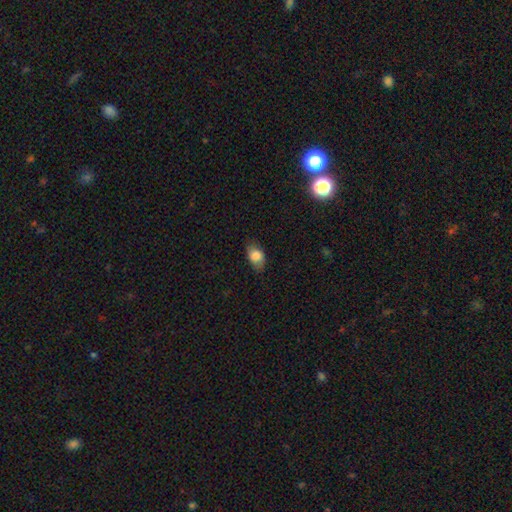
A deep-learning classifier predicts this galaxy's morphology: Smooth or featured? Predicted: smooth (p=0.81). How rounded? Predicted: in between (p=0.83). Merging? Predicted: none (p=0.76).